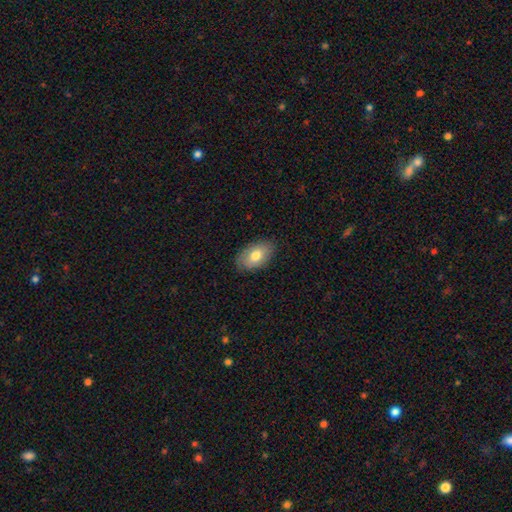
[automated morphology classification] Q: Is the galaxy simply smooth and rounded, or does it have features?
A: smooth — 72%.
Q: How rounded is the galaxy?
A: in between — 92%.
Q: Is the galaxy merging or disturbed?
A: none — 82%.